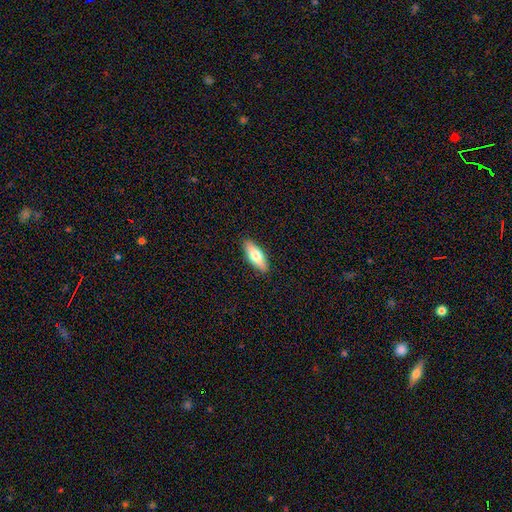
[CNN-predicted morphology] Smooth or featured? Predicted: smooth (p=0.69). How rounded? Predicted: in between (p=0.64). Merging? Predicted: none (p=0.89).